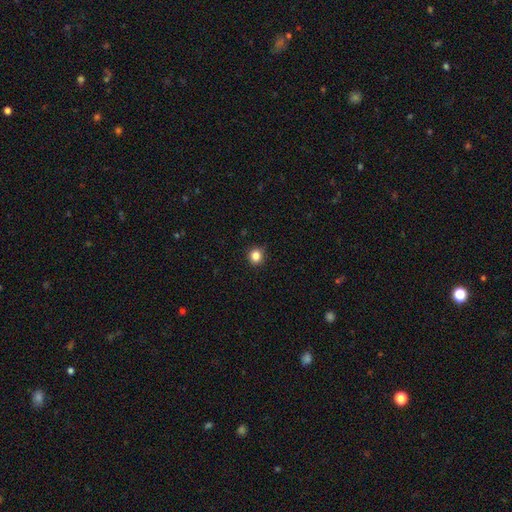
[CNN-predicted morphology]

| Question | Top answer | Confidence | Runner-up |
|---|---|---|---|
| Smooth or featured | smooth | 84% | star or artifact (12%) |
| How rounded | round | 84% | in between (15%) |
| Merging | none | 87% | minor disturbance (10%) |